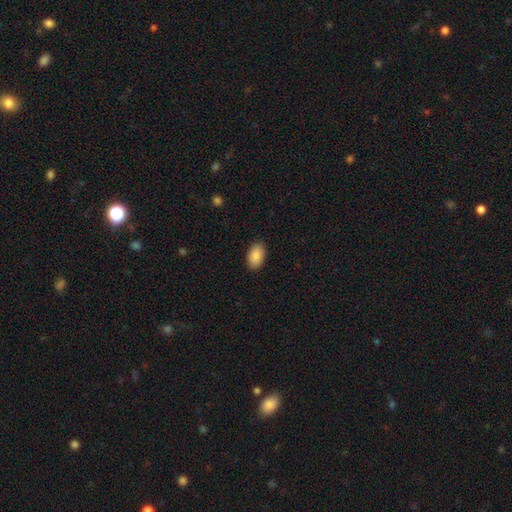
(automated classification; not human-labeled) This is clearly a smooth galaxy (90%). How rounded: clearly in between (94%). Merging: clearly none (89%).